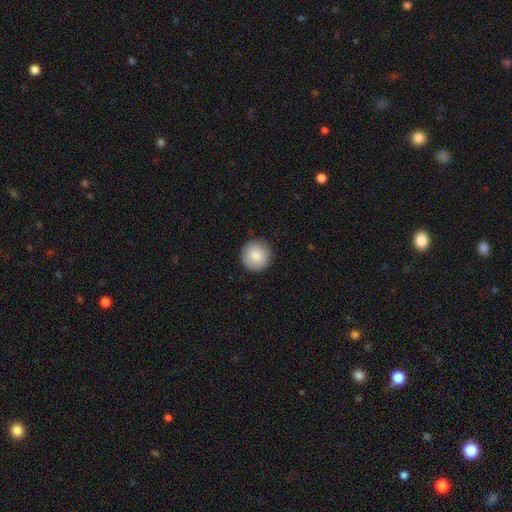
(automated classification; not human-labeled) The model was most divided on "smooth or featured": smooth: 86%, star or artifact: 7%, featured or disk: 7%. More confident: how rounded — round (96%); merging — none (91%).